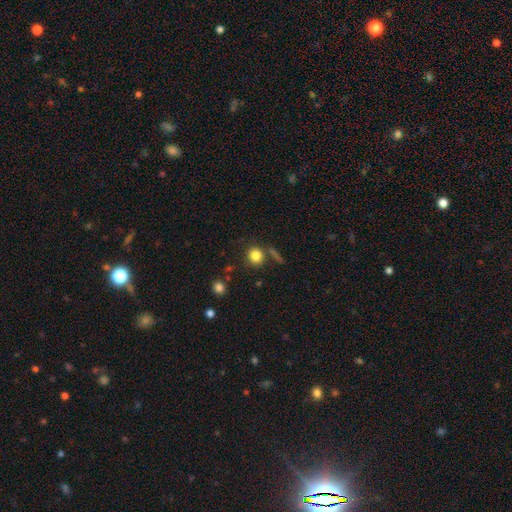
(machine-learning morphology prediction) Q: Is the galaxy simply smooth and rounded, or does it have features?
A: smooth — 83%.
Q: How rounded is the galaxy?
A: round — 85%.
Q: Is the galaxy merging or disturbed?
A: none — 77%.